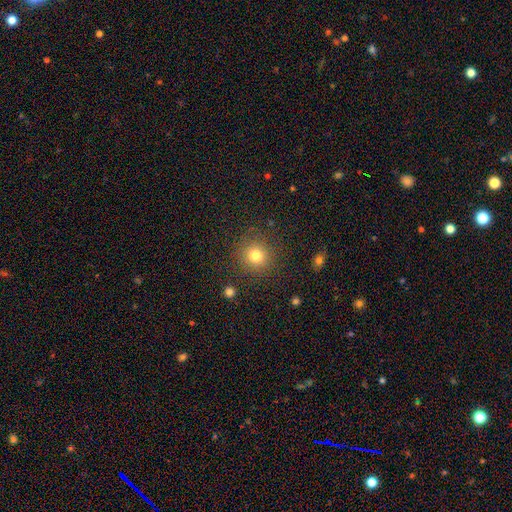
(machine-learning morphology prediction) Smooth or featured: smooth — 79% (star or artifact — 14%)
How rounded: round — 92% (in between — 7%)
Merging: none — 87% (minor disturbance — 8%)